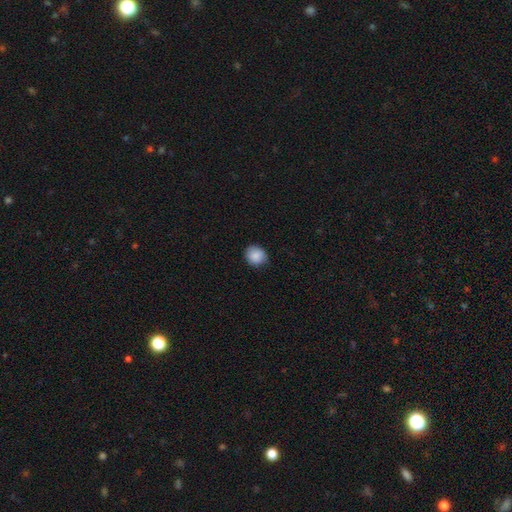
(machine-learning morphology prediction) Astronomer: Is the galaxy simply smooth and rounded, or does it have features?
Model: smooth — 88%.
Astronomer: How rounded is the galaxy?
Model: round — 79%.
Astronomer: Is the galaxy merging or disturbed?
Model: none — 84%.